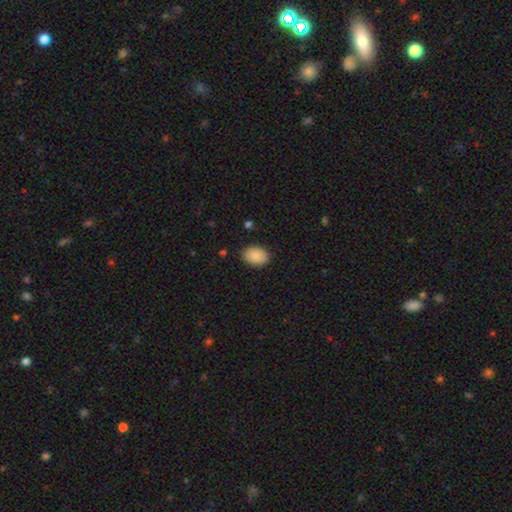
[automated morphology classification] Q: Smooth or featured?
A: smooth (87%); runner-up: star or artifact (7%)
Q: How rounded?
A: in between (79%); runner-up: round (20%)
Q: Merging?
A: none (87%); runner-up: minor disturbance (10%)